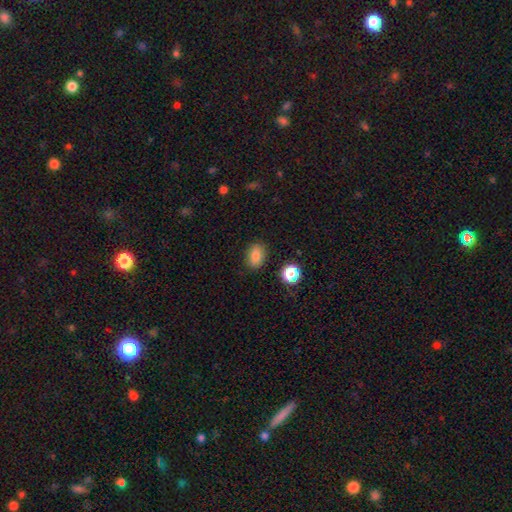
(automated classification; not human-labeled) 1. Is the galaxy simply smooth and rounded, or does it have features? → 82% smooth, 11% star or artifact, 7% featured or disk.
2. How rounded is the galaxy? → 79% in between, 20% round, 2% cigar-shaped.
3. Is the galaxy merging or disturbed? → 85% none, 10% minor disturbance, 3% major disturbance, 2% merger.